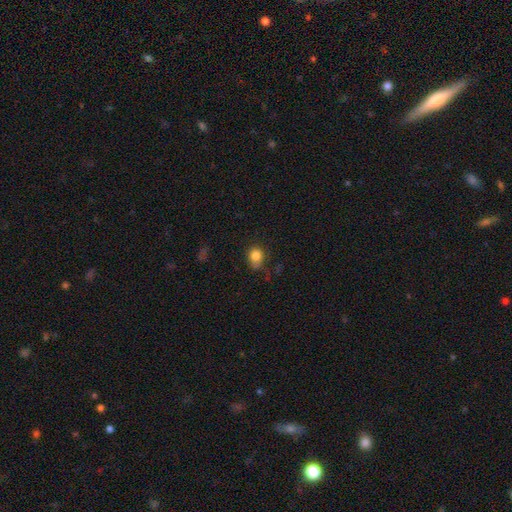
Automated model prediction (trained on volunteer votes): smooth-or-featured: smooth: 82% | star or artifact: 11% | featured or disk: 7%
  how-rounded: round: 67% | in between: 32% | cigar-shaped: 1%
  merging: none: 61% | minor disturbance: 28% | major disturbance: 8% | merger: 3%